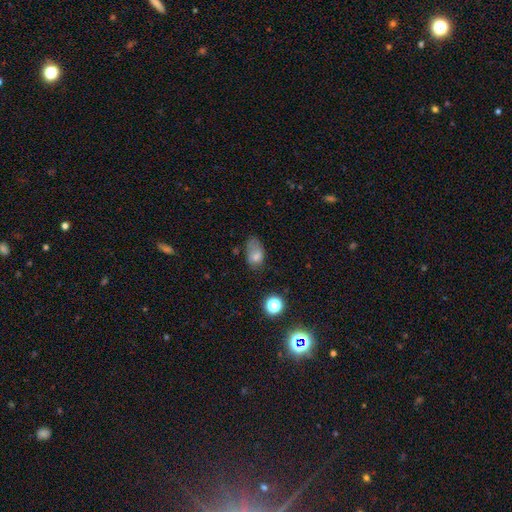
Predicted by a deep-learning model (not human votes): smooth 70%, featured or disk 17%, star or artifact 12%. Down the decision tree: how rounded — in between (86%); merging — none (41%).